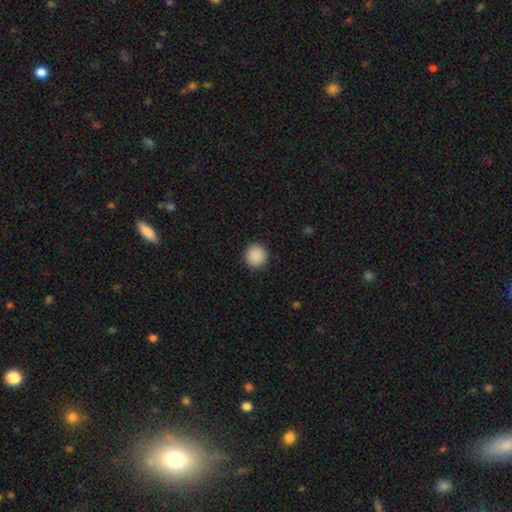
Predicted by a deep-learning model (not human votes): Smooth or featured? smooth (90%)
How rounded? round (94%)
Merging? none (93%)